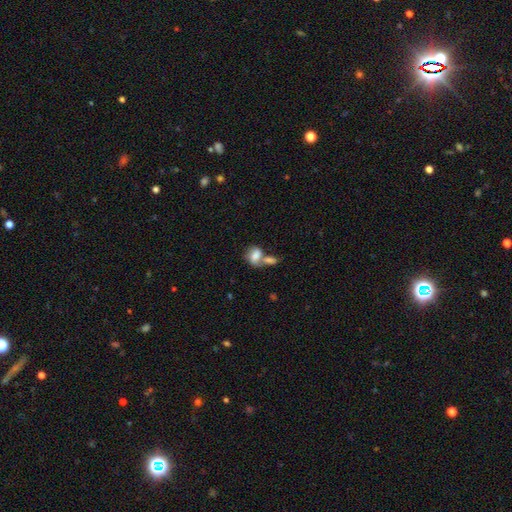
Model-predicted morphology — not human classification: This appears to be a smooth galaxy with no disk features (74%) that is in between round and cigar-shaped (76%). Merging: merger (59%).